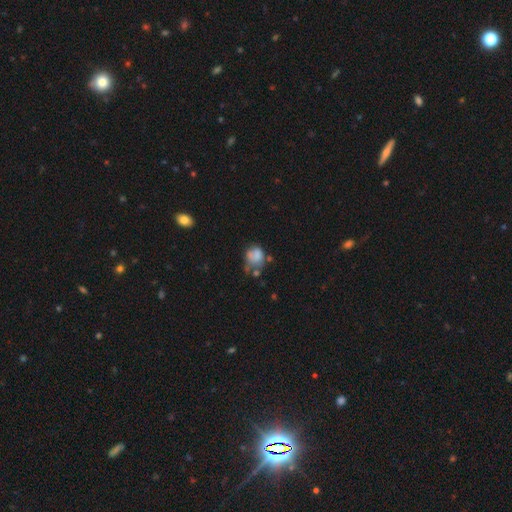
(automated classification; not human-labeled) A smooth galaxy with no disk features (65%) that is round (59%). Merging: minor disturbance (29%, tied with none).